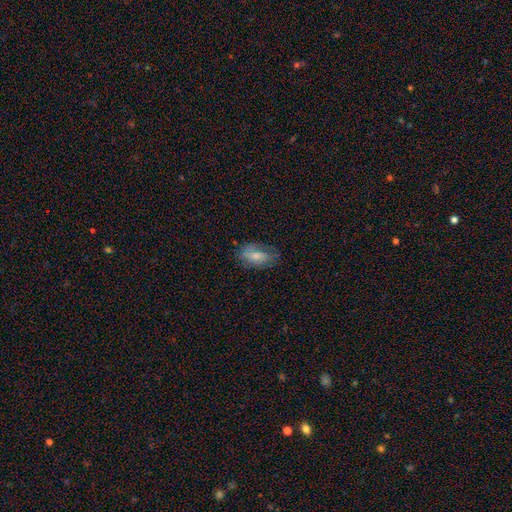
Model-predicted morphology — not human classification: This is likely a smooth galaxy (63%). How rounded: clearly in between (89%). Merging: likely none (61%).